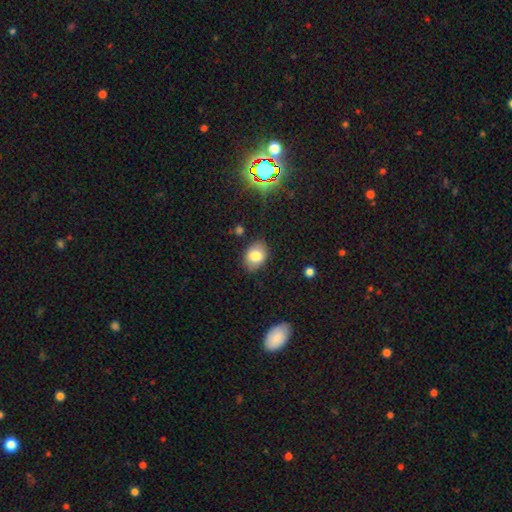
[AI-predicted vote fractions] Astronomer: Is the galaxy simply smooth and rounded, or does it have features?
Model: smooth — 79%.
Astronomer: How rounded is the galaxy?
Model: in between — 70%.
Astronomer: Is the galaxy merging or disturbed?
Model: none — 83%.